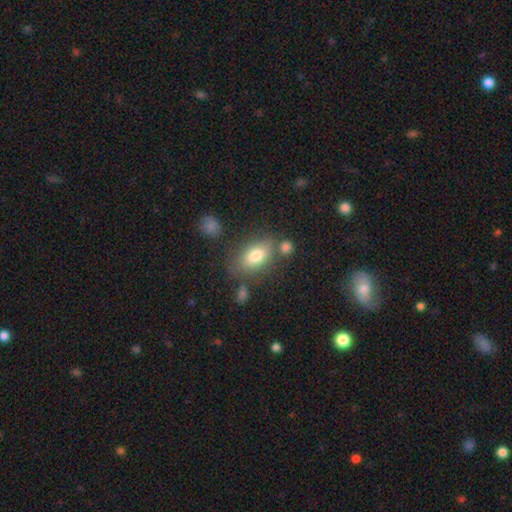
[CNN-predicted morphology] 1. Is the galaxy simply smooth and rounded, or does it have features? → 78% smooth, 13% featured or disk, 9% star or artifact.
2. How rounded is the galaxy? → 86% in between, 11% round, 3% cigar-shaped.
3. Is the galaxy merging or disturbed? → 66% none, 16% minor disturbance, 12% merger, 6% major disturbance.